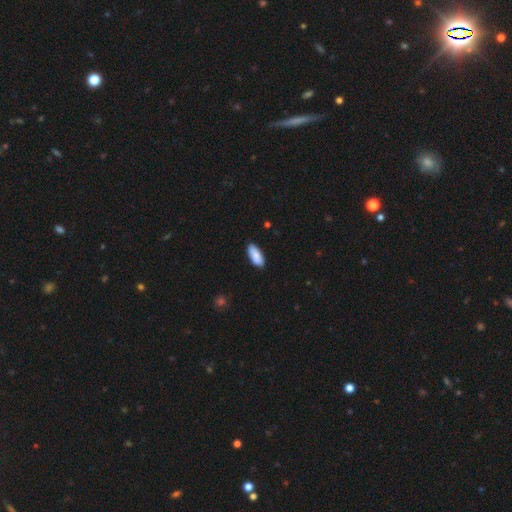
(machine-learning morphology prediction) A smooth galaxy with no disk features (87%) that is in between round and cigar-shaped (86%). Merging: none (87%).